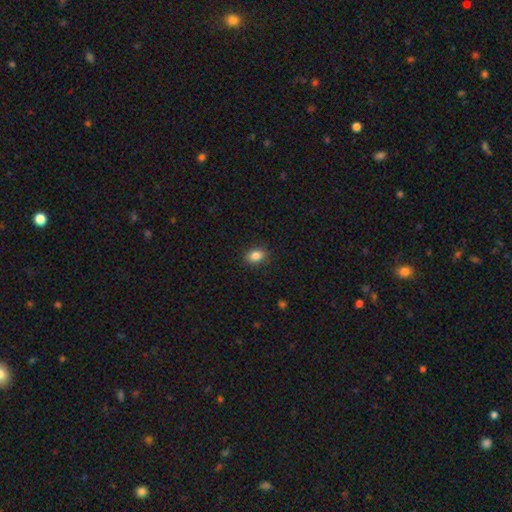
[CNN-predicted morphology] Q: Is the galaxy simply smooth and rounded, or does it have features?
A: smooth — 85%.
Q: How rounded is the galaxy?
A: in between — 74%.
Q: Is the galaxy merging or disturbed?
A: none — 87%.